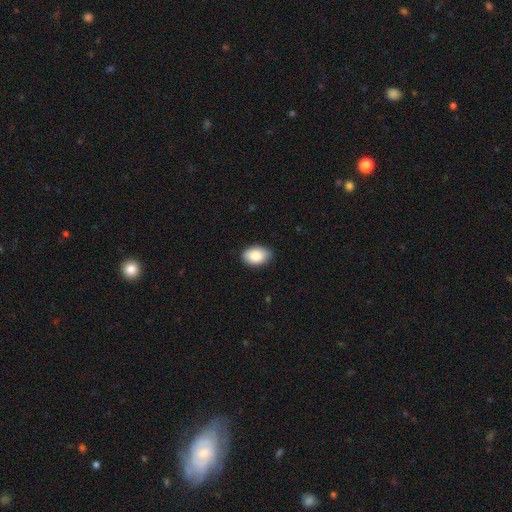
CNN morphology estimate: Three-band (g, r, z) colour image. It shows a smooth galaxy with no disk features (87%) that is in between round and cigar-shaped (89%). Merging: none (84%).